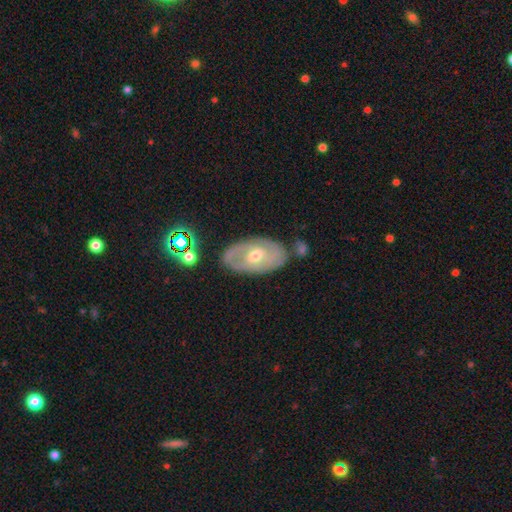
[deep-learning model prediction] A featured or disk galaxy (72%) with no bar (52%), 2 (45%) tight (59%) spiral arms (76%) and a moderate central bulge (57%). Merging: none (71%).